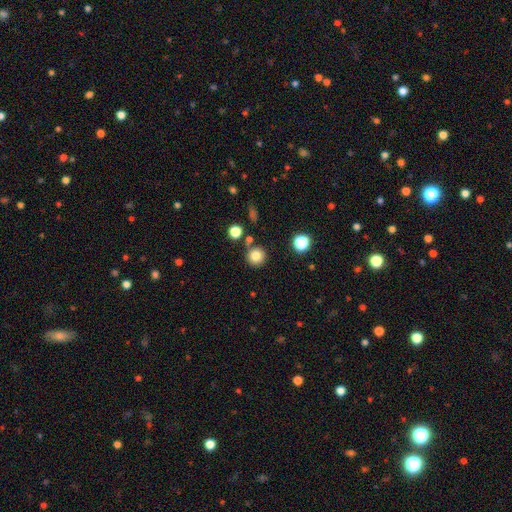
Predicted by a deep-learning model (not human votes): Smooth or featured: smooth — 80% (star or artifact — 12%)
How rounded: round — 93% (in between — 6%)
Merging: none — 79% (minor disturbance — 9%)